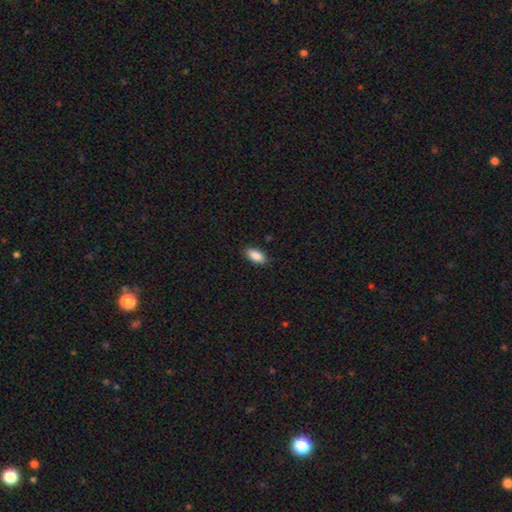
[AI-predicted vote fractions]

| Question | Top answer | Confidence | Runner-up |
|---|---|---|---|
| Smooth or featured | smooth | 89% | star or artifact (7%) |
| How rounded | in between | 91% | cigar-shaped (7%) |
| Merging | none | 88% | minor disturbance (9%) |